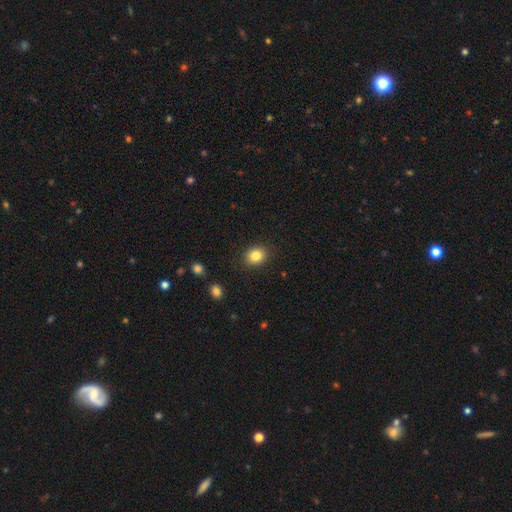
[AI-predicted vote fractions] smooth_or_featured: smooth (p=0.84) [alt: star or artifact p=0.10]
how_rounded: round (p=0.58) [alt: in between p=0.41]
merging: none (p=0.89) [alt: minor disturbance p=0.07]